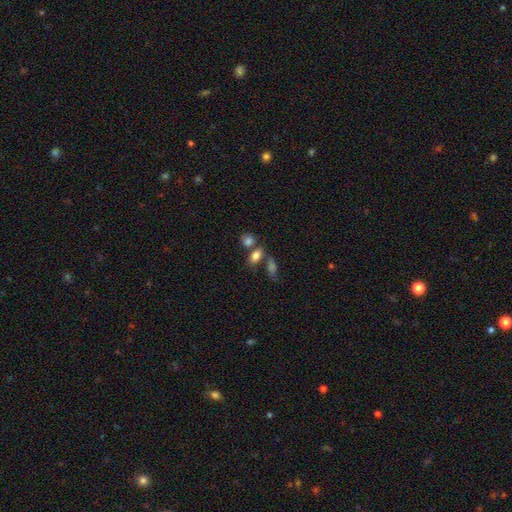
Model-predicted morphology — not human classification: A smooth galaxy with no disk features (80%) that is in between round and cigar-shaped (78%). Merging: none (54%).